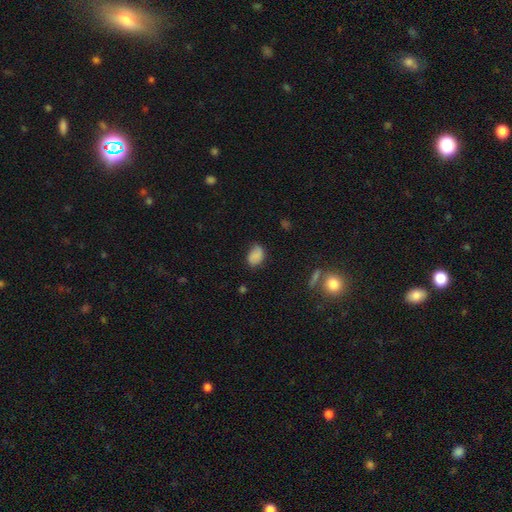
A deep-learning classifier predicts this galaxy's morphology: This appears to be a smooth galaxy with no disk features (79%) that is in between round and cigar-shaped (79%). Merging: none (58%).